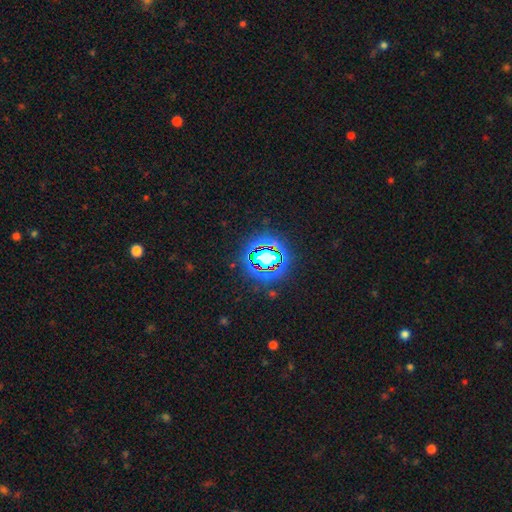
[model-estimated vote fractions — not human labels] A star or artifact, not a galaxy (80%).

Vote fractions:
- Smooth or featured? star or artifact: 80% / smooth: 13% / featured or disk: 8%